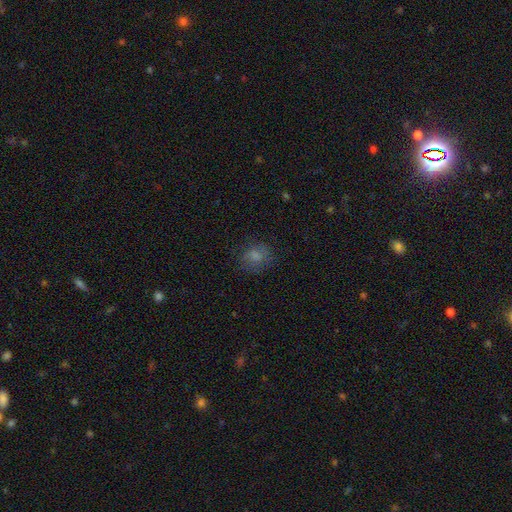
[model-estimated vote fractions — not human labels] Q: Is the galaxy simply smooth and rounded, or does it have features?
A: smooth — 73%.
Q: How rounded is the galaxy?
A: round — 58%.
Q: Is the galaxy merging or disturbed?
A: none — 70%.